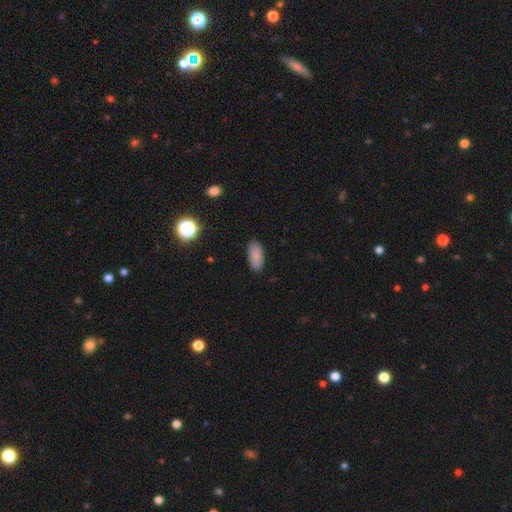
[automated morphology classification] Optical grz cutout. It shows a smooth galaxy with no disk features (86%) that is in between round and cigar-shaped (90%). Merging: none (87%).